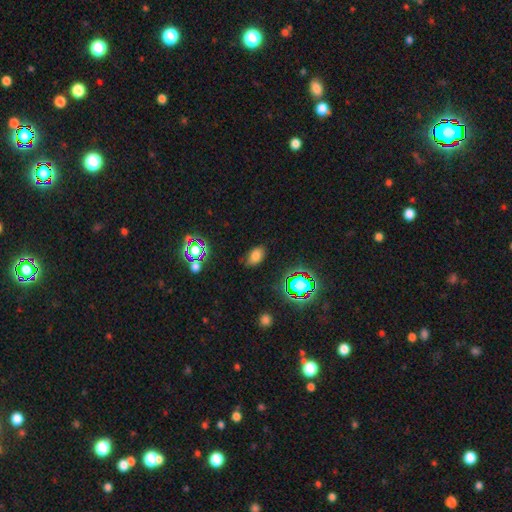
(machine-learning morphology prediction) smooth_or_featured: smooth (p=0.70) [alt: star or artifact p=0.21]
how_rounded: in between (p=0.87) [alt: round p=0.11]
merging: none (p=0.80) [alt: minor disturbance p=0.14]